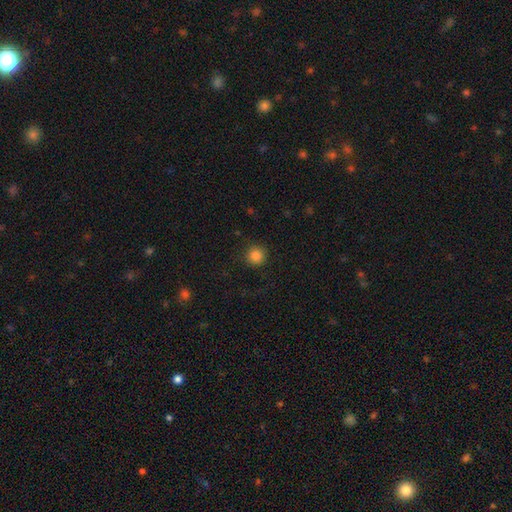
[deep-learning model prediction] smooth 85%, star or artifact 11%, featured or disk 4%. Down the decision tree: how rounded — round (95%); merging — none (89%).